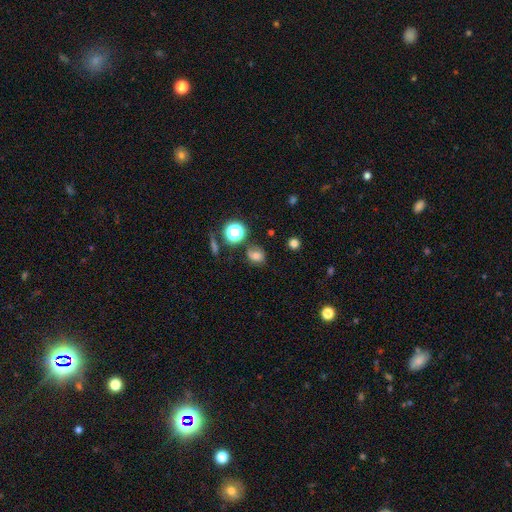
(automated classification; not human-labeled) smooth-or-featured: smooth: 67% | star or artifact: 20% | featured or disk: 14%
  how-rounded: round: 62% | in between: 37% | cigar-shaped: 1%
  merging: none: 74% | minor disturbance: 16% | major disturbance: 5% | merger: 5%